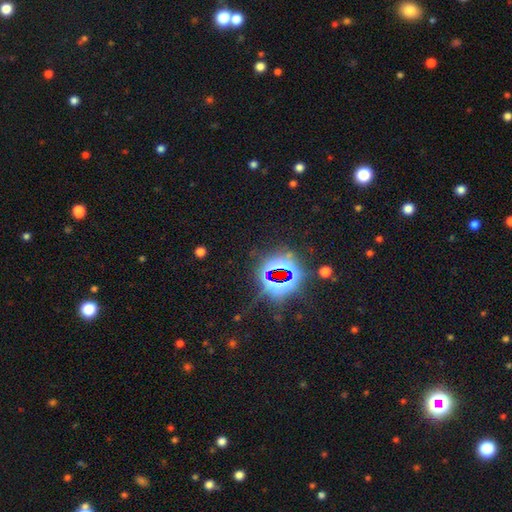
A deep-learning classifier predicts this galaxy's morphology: Q: Smooth or featured?
A: star or artifact (84%); runner-up: smooth (9%)